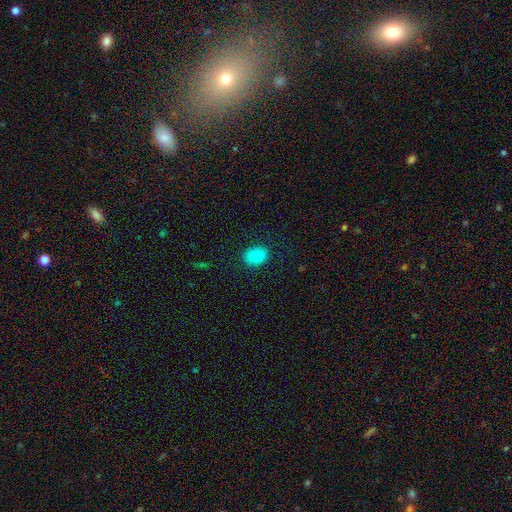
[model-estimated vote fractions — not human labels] smooth-or-featured: smooth: 80% | featured or disk: 11% | star or artifact: 9%
  how-rounded: in between: 66% | round: 33% | cigar-shaped: 1%
  merging: none: 88% | minor disturbance: 9% | major disturbance: 2% | merger: 1%